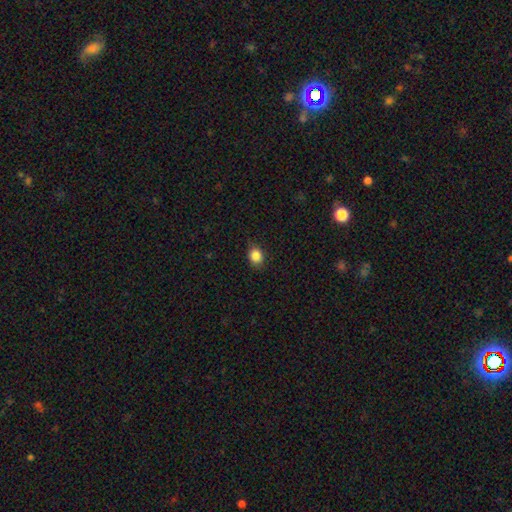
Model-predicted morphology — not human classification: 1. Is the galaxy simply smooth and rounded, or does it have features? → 85% smooth, 10% star or artifact, 5% featured or disk.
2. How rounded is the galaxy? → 53% round, 46% in between, 1% cigar-shaped.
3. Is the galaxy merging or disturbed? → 82% none, 14% minor disturbance, 3% major disturbance, 1% merger.